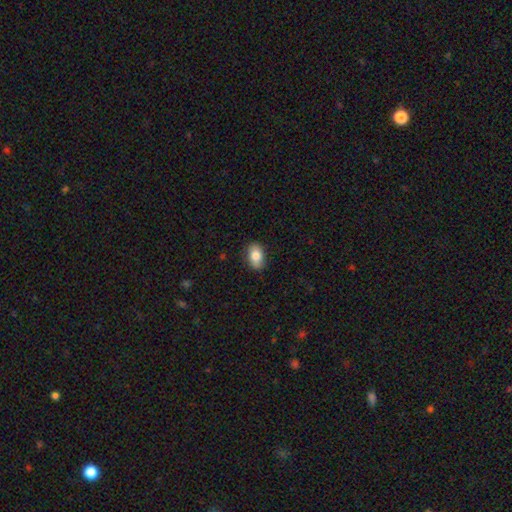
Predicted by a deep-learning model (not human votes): Q: Smooth or featured?
A: smooth (83%); runner-up: featured or disk (10%)
Q: How rounded?
A: in between (88%); runner-up: round (10%)
Q: Merging?
A: none (85%); runner-up: minor disturbance (12%)